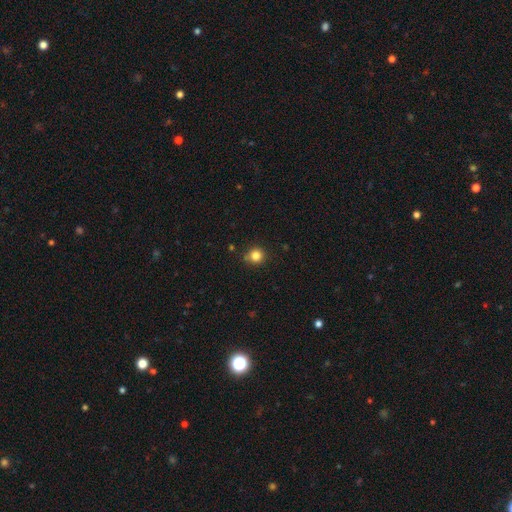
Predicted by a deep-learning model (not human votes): The model was most divided on "smooth or featured": smooth: 83%, star or artifact: 12%, featured or disk: 5%. More confident: how rounded — round (92%); merging — none (84%).